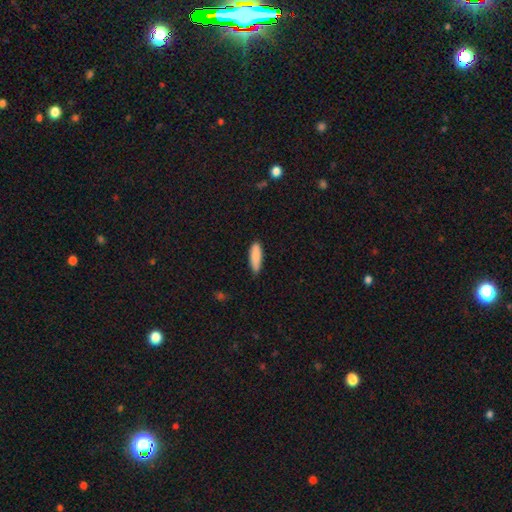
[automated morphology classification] A smooth galaxy with no disk features (88%) that is in between round and cigar-shaped (49%, tied with cigar-shaped). Merging: none (79%).